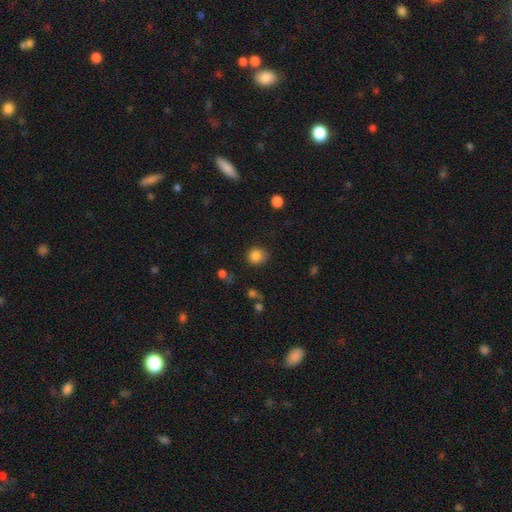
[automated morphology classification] smooth 84%, star or artifact 11%, featured or disk 5%. Down the decision tree: how rounded — round (81%); merging — none (76%).